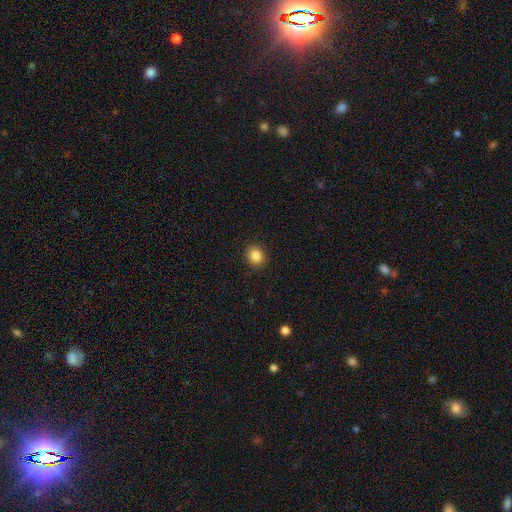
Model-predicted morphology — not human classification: Smooth or featured? smooth (86%)
How rounded? round (74%)
Merging? none (91%)